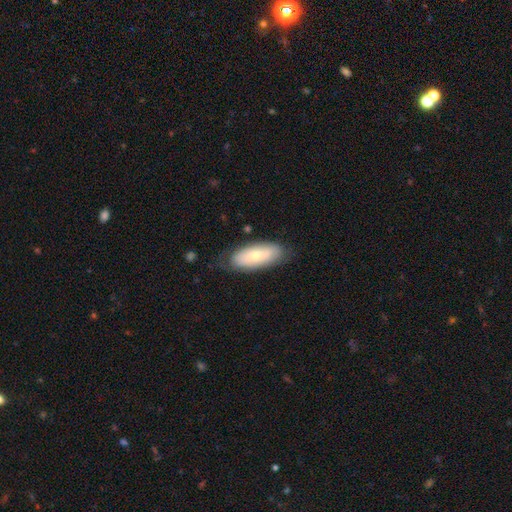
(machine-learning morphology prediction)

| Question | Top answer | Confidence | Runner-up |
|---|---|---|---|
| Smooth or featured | smooth | 64% | featured or disk (31%) |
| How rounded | in between | 84% | cigar-shaped (14%) |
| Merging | none | 75% | minor disturbance (19%) |